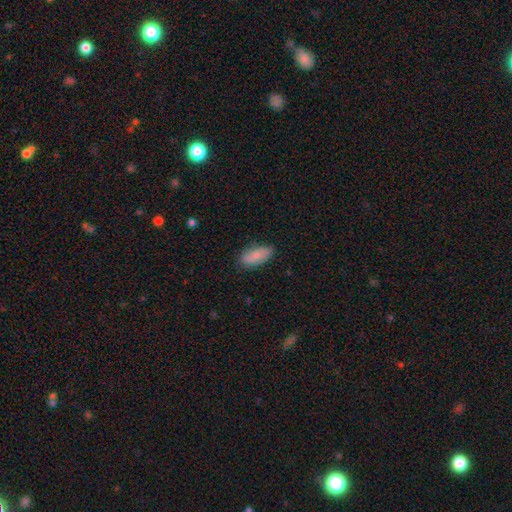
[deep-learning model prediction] Overall: smooth (78%). How rounded: in between (88%). Merging: none (79%).